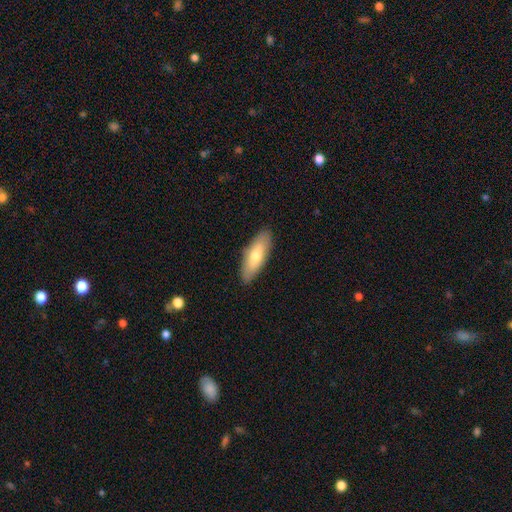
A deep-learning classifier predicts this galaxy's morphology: smooth-or-featured: smooth: 68% | featured or disk: 27% | star or artifact: 6%
  how-rounded: in between: 67% | cigar-shaped: 31% | round: 2%
  merging: none: 87% | minor disturbance: 10% | major disturbance: 2% | merger: 1%